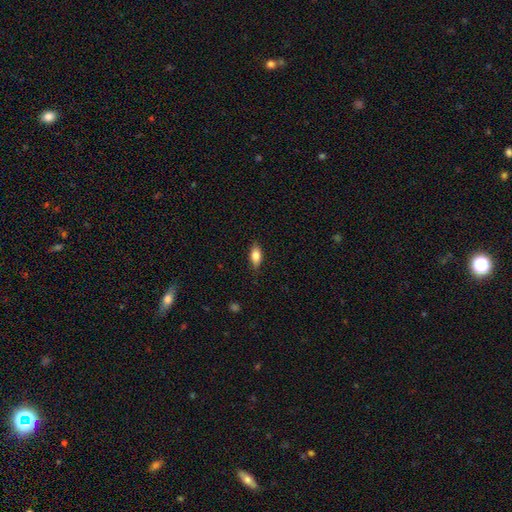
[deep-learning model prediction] Morphology: type=smooth (78%); roundness=in between (83%); merging=none (82%).